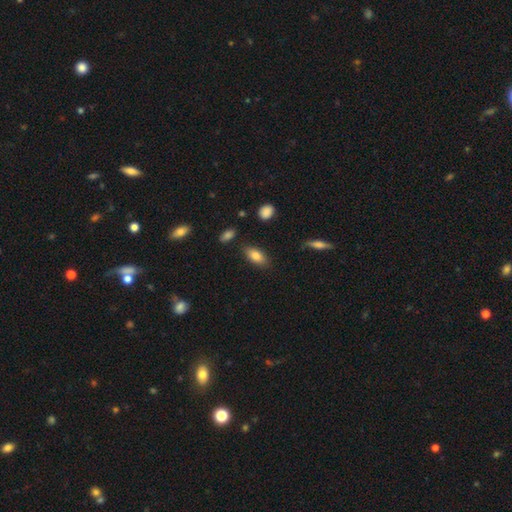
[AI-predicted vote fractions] Smooth or featured? smooth (81%)
How rounded? in between (88%)
Merging? none (82%)